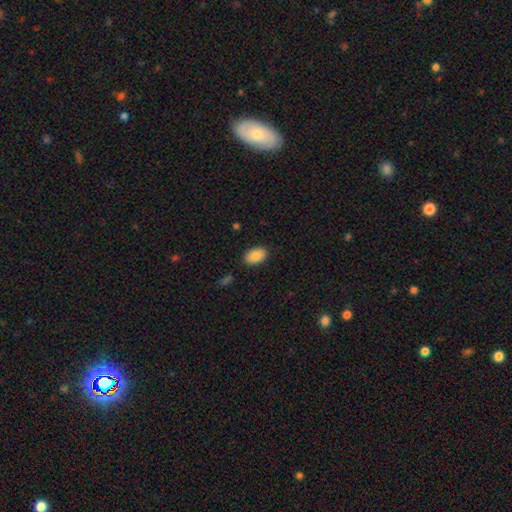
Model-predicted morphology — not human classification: This appears to be a smooth galaxy with no disk features (87%) that is in between round and cigar-shaped (91%). Merging: none (87%).